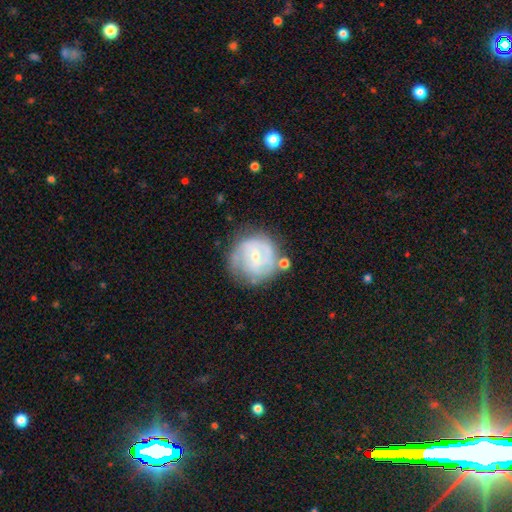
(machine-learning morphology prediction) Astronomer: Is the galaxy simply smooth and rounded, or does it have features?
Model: featured or disk — 70%.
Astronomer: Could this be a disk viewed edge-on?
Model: no — 98%.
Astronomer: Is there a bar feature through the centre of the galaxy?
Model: weak — 46% (runner-up: no, 43%).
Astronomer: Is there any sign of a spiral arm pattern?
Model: yes — 81%.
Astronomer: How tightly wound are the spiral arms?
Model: tight — 53% (runner-up: medium, 34%).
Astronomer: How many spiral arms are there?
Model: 2 — 39% (runner-up: can't tell, 37%).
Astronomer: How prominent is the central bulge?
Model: small — 70%.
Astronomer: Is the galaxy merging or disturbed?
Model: none — 64%.